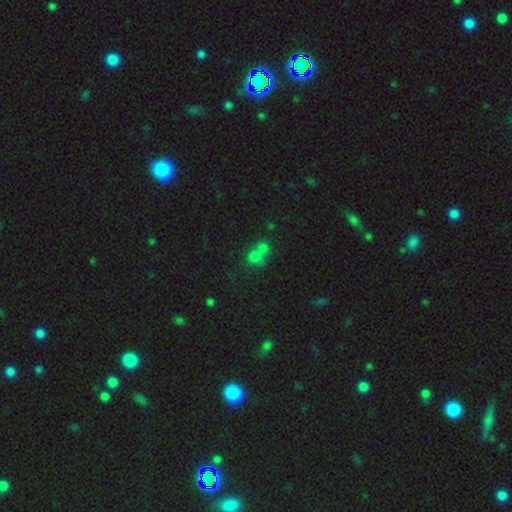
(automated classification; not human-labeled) This appears to be a smooth galaxy with no disk features (66%) that is round (80%). Merging: merger (55%).